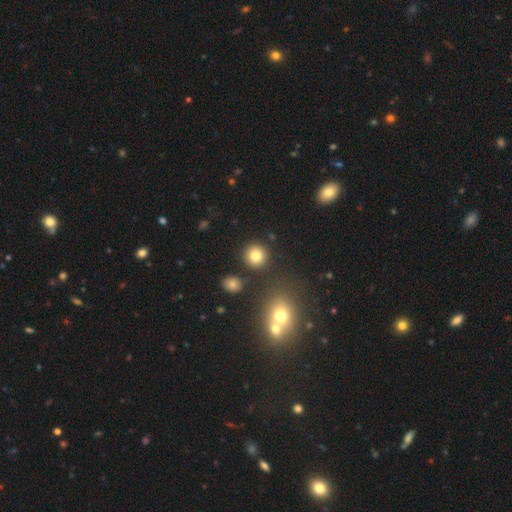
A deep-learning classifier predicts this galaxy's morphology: smooth_or_featured: smooth (p=0.81) [alt: star or artifact p=0.11]
how_rounded: round (p=0.93) [alt: in between p=0.06]
merging: none (p=0.87) [alt: minor disturbance p=0.06]